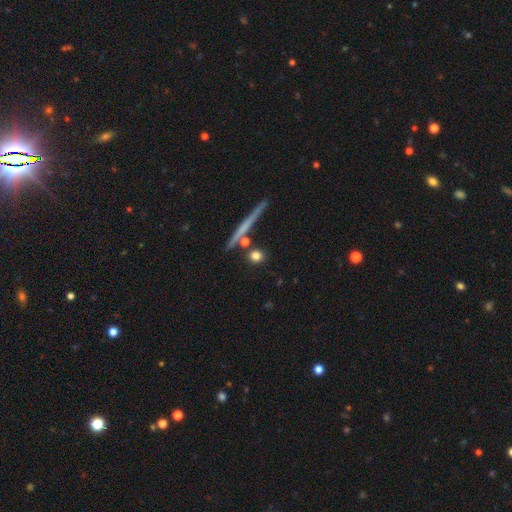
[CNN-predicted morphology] smooth_or_featured: smooth (p=0.75) [alt: featured or disk p=0.14]
how_rounded: round (p=0.75) [alt: in between p=0.13]
merging: none (p=0.75) [alt: merger p=0.13]